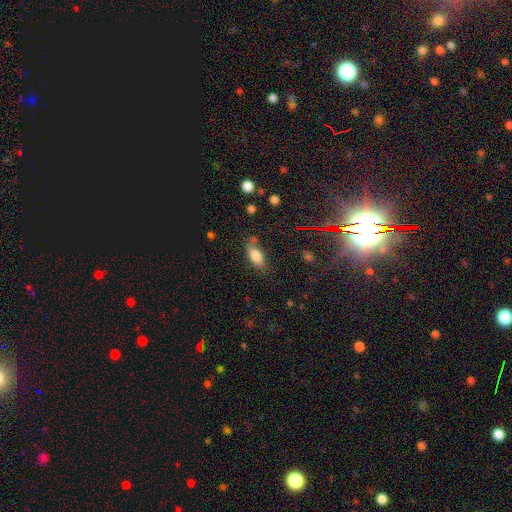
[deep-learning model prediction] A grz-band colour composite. It shows a smooth galaxy with no disk features (78%) that is in between round and cigar-shaped (82%). Merging: none (68%).